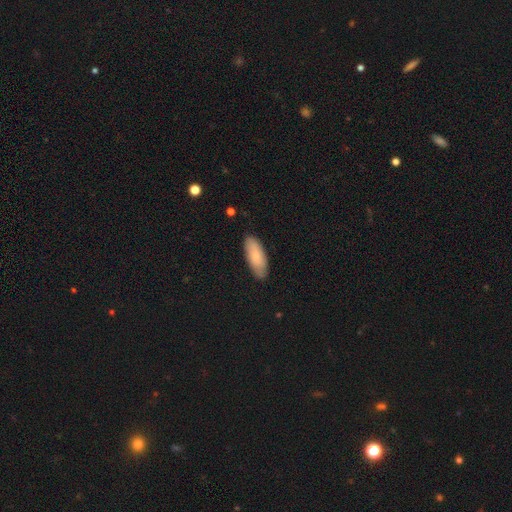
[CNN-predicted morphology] type=smooth (74%); roundness=in between (78%); merging=none (84%).